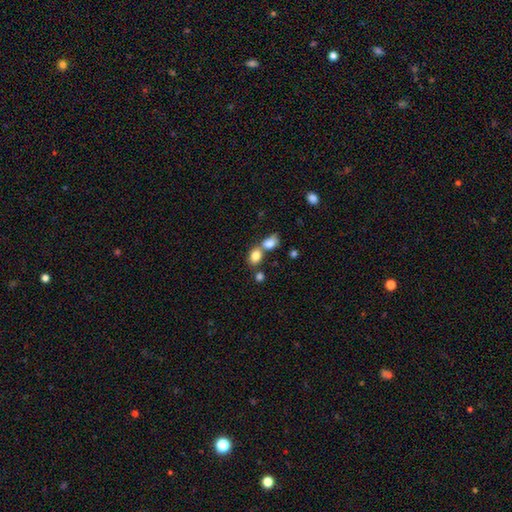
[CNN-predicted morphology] Smooth or featured? smooth (82%)
How rounded? in between (64%)
Merging? merger (47%)